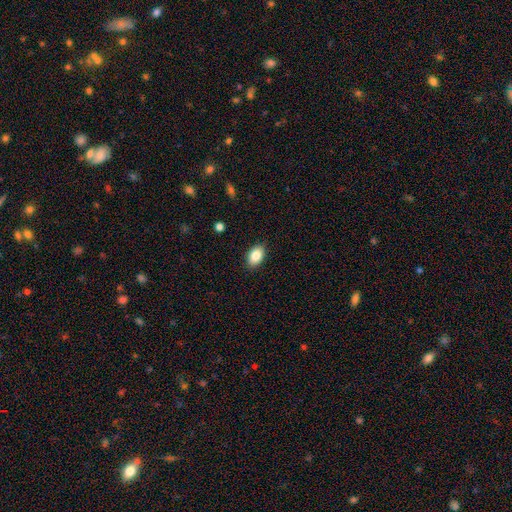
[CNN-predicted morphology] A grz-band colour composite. It shows a smooth galaxy with no disk features (85%) that is in between round and cigar-shaped (89%). Merging: none (88%).